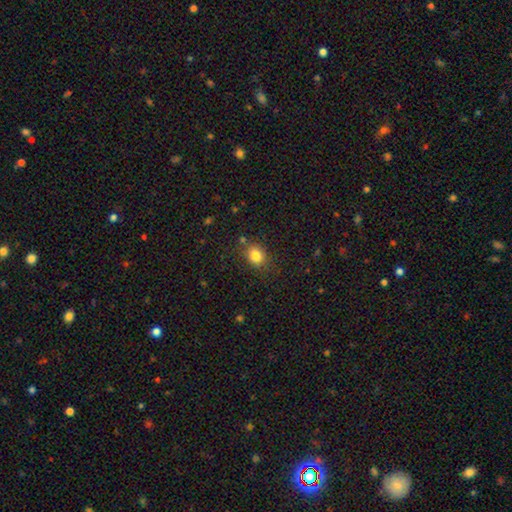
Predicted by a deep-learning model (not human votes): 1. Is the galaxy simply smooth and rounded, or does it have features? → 83% smooth, 11% star or artifact, 6% featured or disk.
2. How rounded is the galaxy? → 53% round, 46% in between, 1% cigar-shaped.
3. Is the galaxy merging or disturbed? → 79% none, 13% minor disturbance, 4% merger, 4% major disturbance.